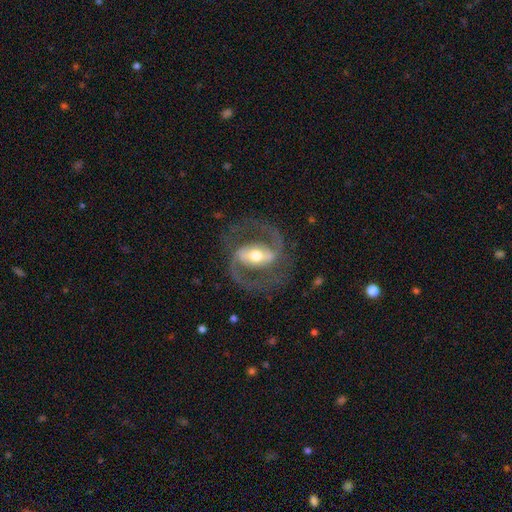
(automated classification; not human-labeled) This appears to be a featured or disk galaxy (91%) with a strong bar (57%), 2 (94%) medium (66%) spiral arms (96%) and a moderate central bulge (68%). Merging: none (79%).